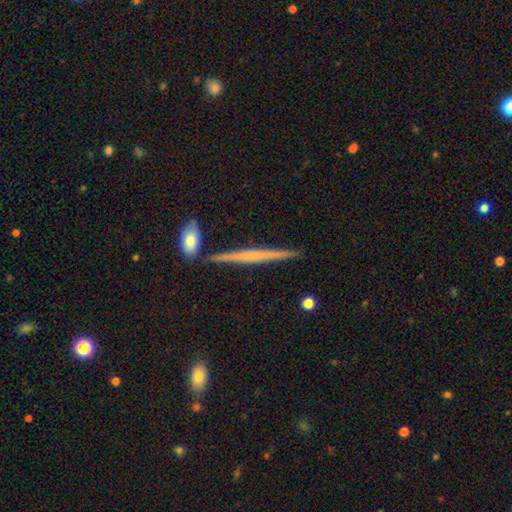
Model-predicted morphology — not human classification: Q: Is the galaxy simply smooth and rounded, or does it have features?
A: featured or disk — 56%.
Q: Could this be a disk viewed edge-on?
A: yes — 97%.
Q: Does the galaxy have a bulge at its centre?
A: none — 75%.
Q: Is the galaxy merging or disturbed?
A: none — 87%.